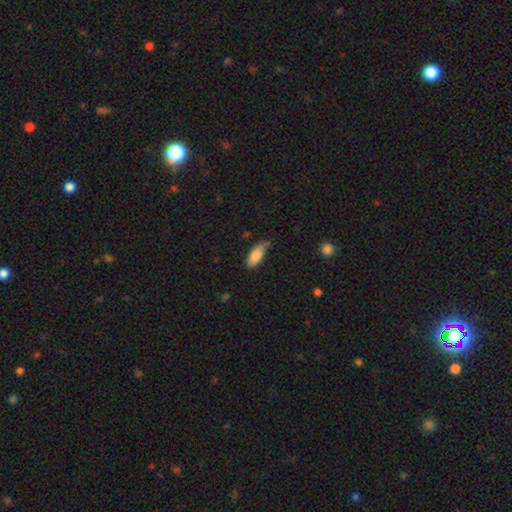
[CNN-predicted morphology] This appears to be a smooth galaxy with no disk features (82%) that is in between round and cigar-shaped (85%). Merging: none (59%).